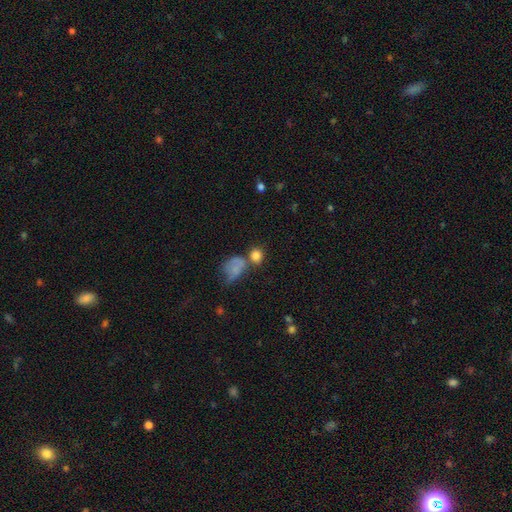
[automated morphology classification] Q: Smooth or featured?
A: smooth (81%); runner-up: star or artifact (11%)
Q: How rounded?
A: round (68%); runner-up: in between (30%)
Q: Merging?
A: none (51%); runner-up: merger (28%)